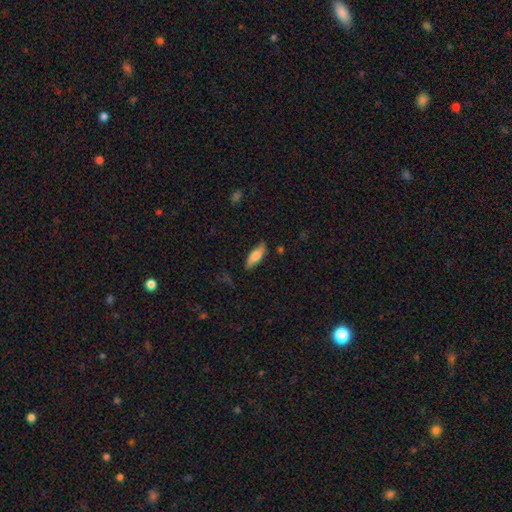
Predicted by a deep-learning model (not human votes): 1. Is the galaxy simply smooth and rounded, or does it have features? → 72% smooth, 22% featured or disk, 6% star or artifact.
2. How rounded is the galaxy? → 62% in between, 36% cigar-shaped, 2% round.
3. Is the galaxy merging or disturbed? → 80% none, 16% minor disturbance, 3% major disturbance, 1% merger.